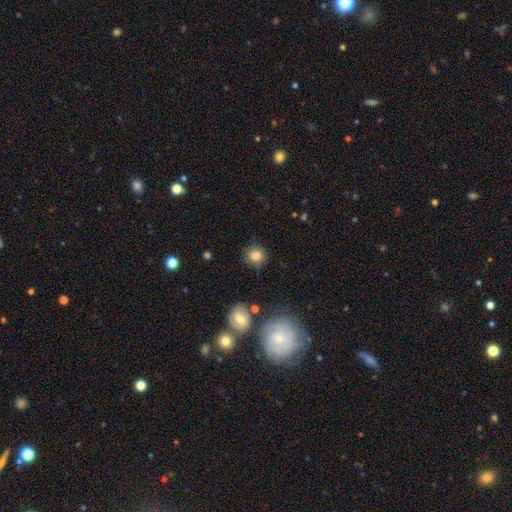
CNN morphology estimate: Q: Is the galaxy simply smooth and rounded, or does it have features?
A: smooth — 82%.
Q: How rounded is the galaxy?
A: round — 90%.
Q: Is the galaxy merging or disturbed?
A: none — 84%.